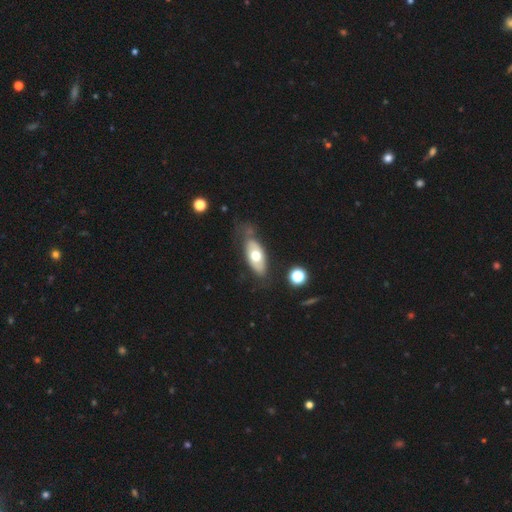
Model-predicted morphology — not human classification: Q: Smooth or featured?
A: smooth (54%); runner-up: featured or disk (40%)
Q: How rounded?
A: in between (85%); runner-up: cigar-shaped (11%)
Q: Merging?
A: none (65%); runner-up: minor disturbance (22%)